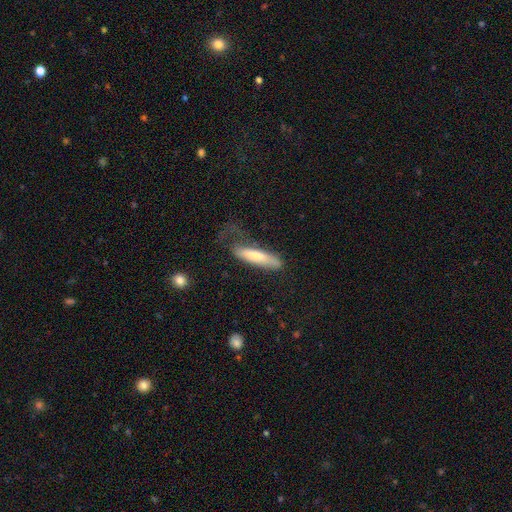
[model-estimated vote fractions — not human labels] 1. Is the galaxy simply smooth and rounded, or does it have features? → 70% smooth, 24% featured or disk, 5% star or artifact.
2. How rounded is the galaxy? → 76% cigar-shaped, 22% in between, 2% round.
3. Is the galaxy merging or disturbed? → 39% none, 32% major disturbance, 27% minor disturbance, 3% merger.